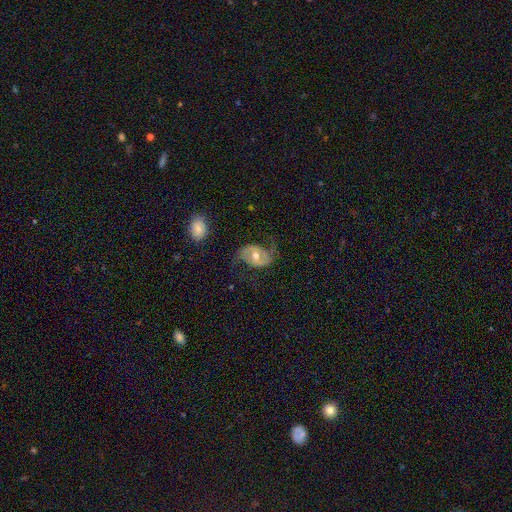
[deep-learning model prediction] Q: Smooth or featured?
A: featured or disk (76%); runner-up: smooth (18%)
Q: Edge-on disk?
A: no (96%); runner-up: yes (4%)
Q: Bar?
A: weak (41%); runner-up: no (34%)
Q: Spiral arms?
A: yes (85%); runner-up: no (15%)
Q: Spiral winding?
A: loose (48%); runner-up: medium (39%)
Q: Spiral arm count?
A: 2 (89%); runner-up: can't tell (5%)
Q: Bulge size?
A: moderate (74%); runner-up: small (18%)
Q: Merging?
A: none (62%); runner-up: minor disturbance (19%)